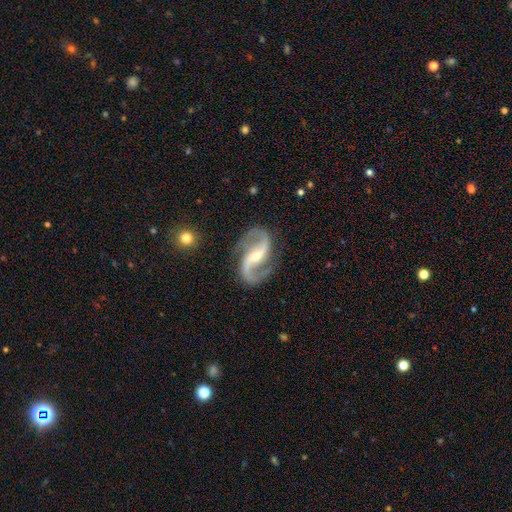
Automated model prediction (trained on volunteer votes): smooth_or_featured: featured or disk (p=0.94) [alt: star or artifact p=0.04]
disk_edge_on: no (p=0.98) [alt: yes p=0.02]
bar: strong (p=0.40) [alt: weak p=0.33]
has_spiral_arms: yes (p=0.98) [alt: no p=0.02]
spiral_winding: loose (p=0.48) [alt: medium p=0.42]
spiral_arm_count: 2 (p=0.95) [alt: 1 p=0.01]
bulge_size: small (p=0.52) [alt: moderate p=0.45]
merging: none (p=0.85) [alt: minor disturbance p=0.10]